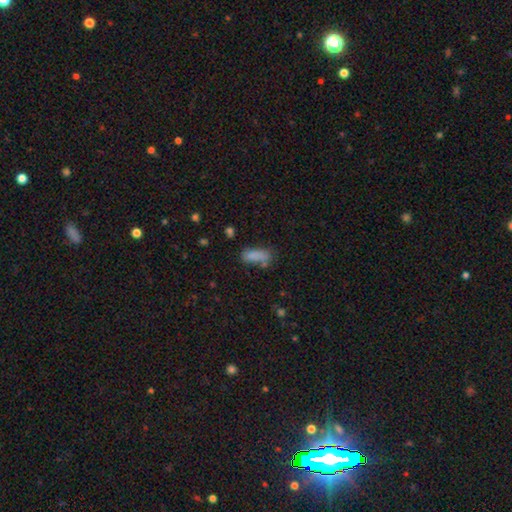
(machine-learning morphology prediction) Smooth or featured? Predicted: smooth (p=0.79). How rounded? Predicted: in between (p=0.75). Merging? Predicted: none (p=0.52).